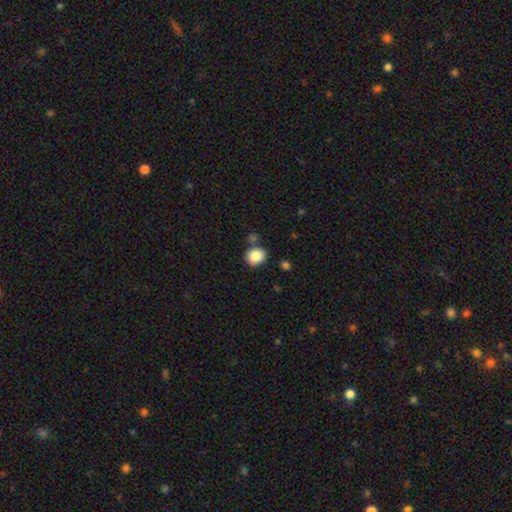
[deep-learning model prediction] The model was most divided on "how rounded": round: 71%, in between: 29%, cigar-shaped: 1%. More confident: smooth or featured — smooth (85%); merging — none (77%).